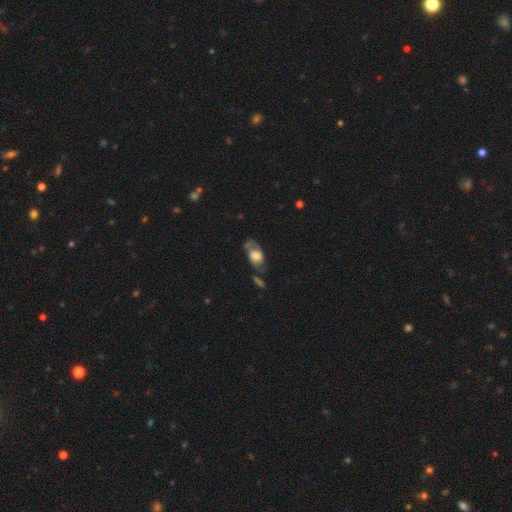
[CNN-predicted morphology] This is possibly a smooth galaxy (51%). How rounded: clearly in between (82%). Merging: possibly none (46%).